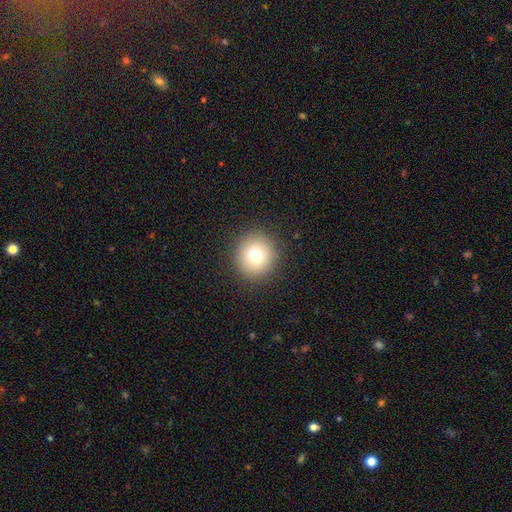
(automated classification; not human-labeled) smooth 76%, star or artifact 12%, featured or disk 12%. Down the decision tree: how rounded — round (93%); merging — none (90%).